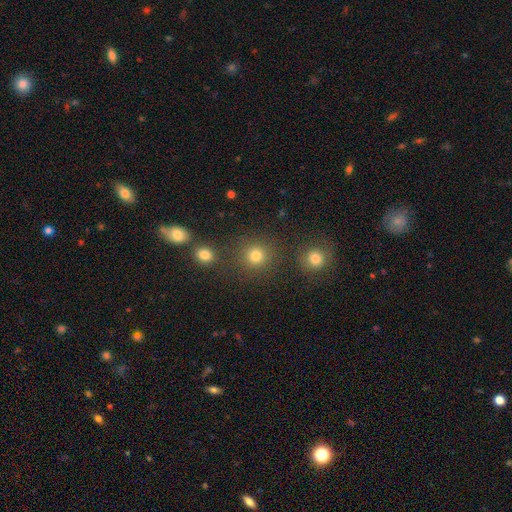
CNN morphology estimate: Smooth or featured? smooth (80%)
How rounded? round (91%)
Merging? none (82%)